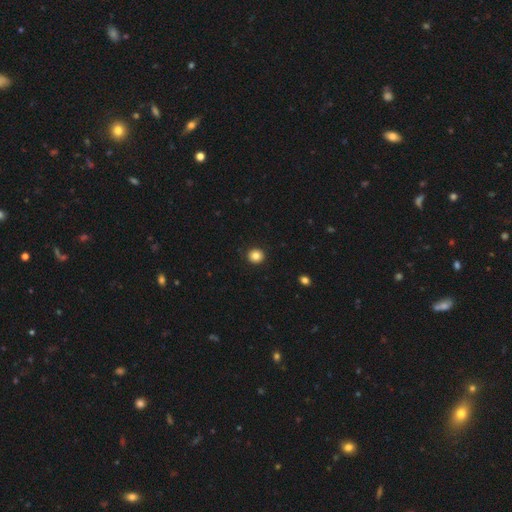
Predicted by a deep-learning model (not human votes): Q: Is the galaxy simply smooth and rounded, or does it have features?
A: smooth — 84%.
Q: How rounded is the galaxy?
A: round — 92%.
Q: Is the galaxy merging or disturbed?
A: none — 92%.